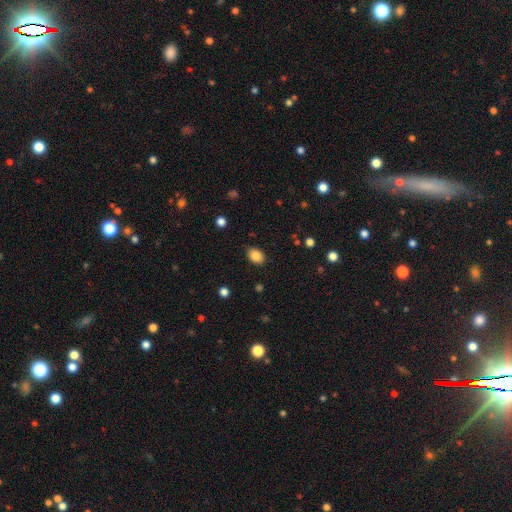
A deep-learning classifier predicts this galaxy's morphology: Overall: smooth (86%). How rounded: in between (72%). Merging: none (86%).